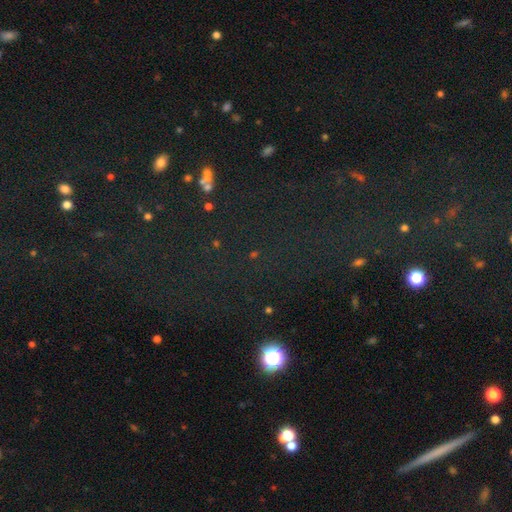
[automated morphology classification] Smooth or featured? Predicted: star or artifact (p=0.68).